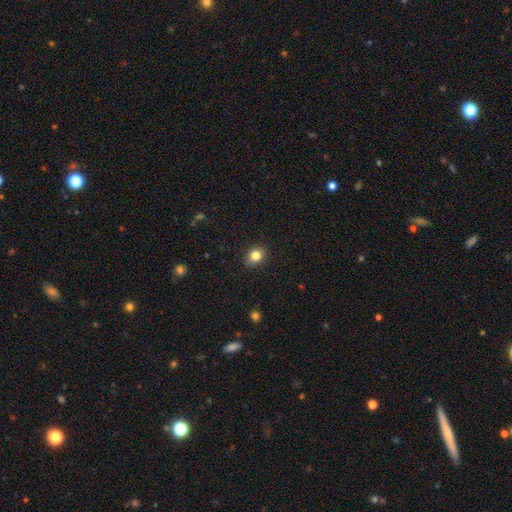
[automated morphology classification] This appears to be a smooth galaxy with no disk features (82%) that is round (54%). Merging: none (87%).